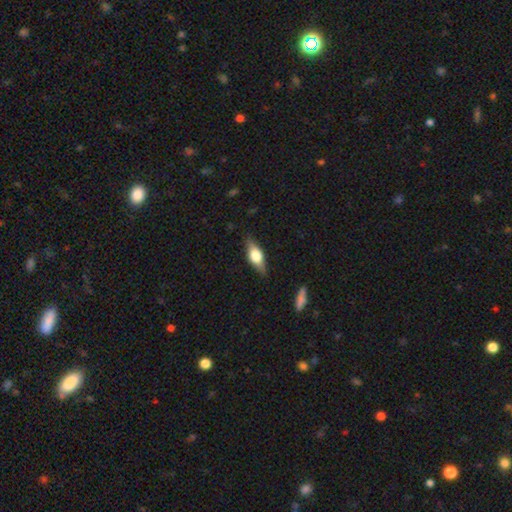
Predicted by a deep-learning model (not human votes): smooth_or_featured: featured or disk (p=0.48) [alt: smooth p=0.46]
merging: none (p=0.84) [alt: minor disturbance p=0.12]